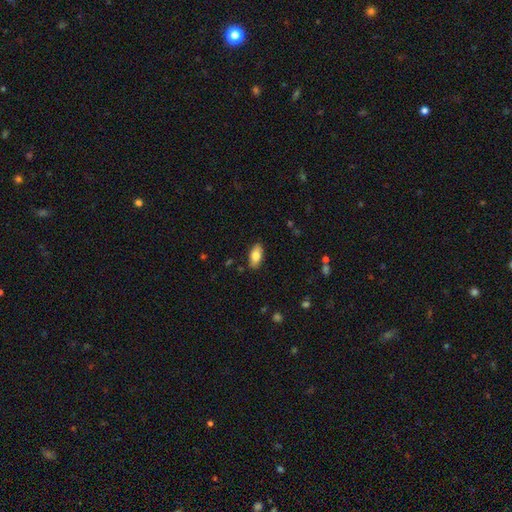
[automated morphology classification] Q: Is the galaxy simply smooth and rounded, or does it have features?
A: smooth — 78%.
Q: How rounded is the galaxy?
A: in between — 89%.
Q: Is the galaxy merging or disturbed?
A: none — 87%.